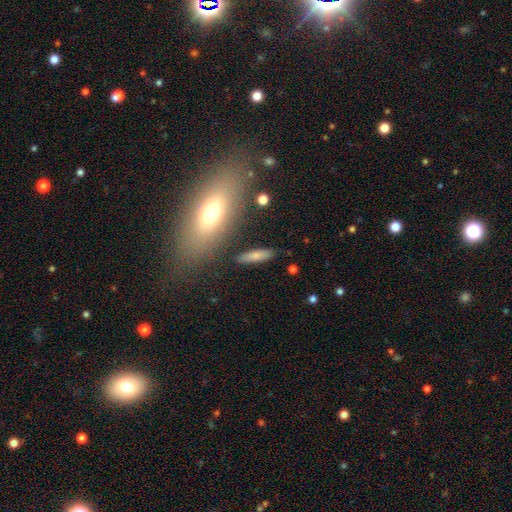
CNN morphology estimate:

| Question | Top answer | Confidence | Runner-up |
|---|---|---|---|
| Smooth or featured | smooth | 74% | featured or disk (18%) |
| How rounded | cigar-shaped | 64% | in between (33%) |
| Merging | none | 84% | minor disturbance (10%) |